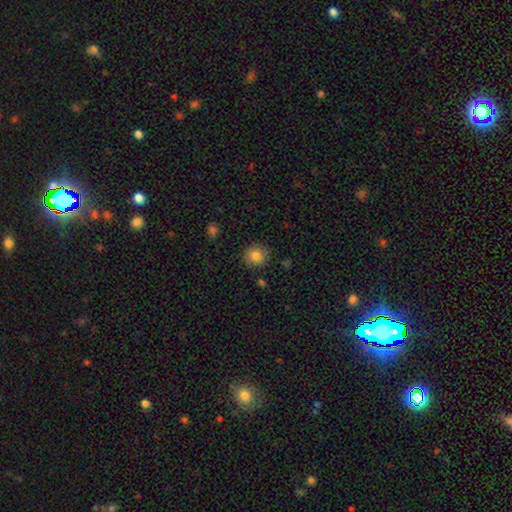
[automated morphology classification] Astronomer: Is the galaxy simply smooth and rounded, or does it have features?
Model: smooth — 83%.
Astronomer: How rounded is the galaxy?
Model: round — 91%.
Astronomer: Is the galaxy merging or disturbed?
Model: none — 89%.